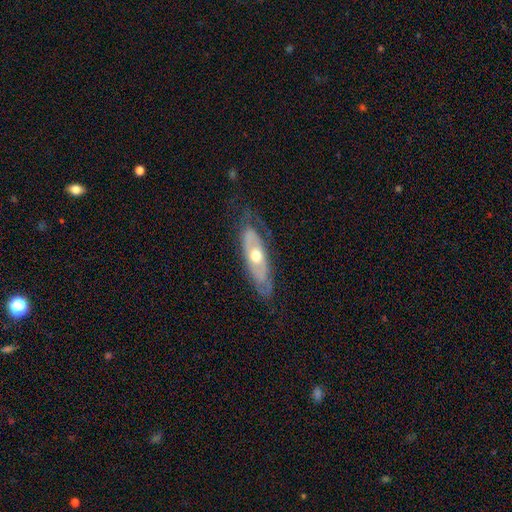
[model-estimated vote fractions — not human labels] A featured or disk galaxy (64%).

Vote fractions:
- Smooth or featured? featured or disk: 64% / smooth: 31% / star or artifact: 5%
- Edge-on disk? no: 72% / yes: 28%
- Merging? none: 70% / minor disturbance: 21% / major disturbance: 8% / merger: 1%